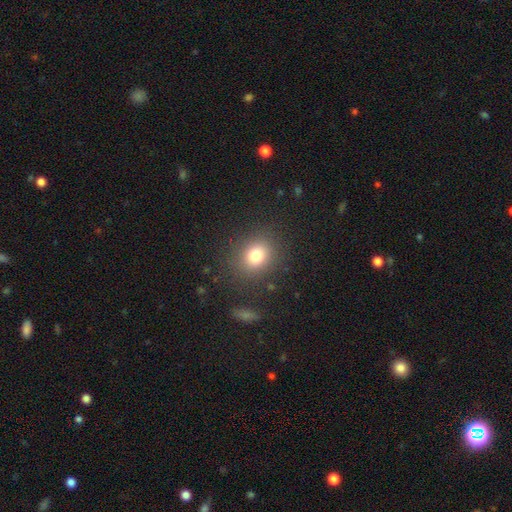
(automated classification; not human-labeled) Smooth or featured: smooth — 77% (star or artifact — 14%)
How rounded: round — 68% (in between — 31%)
Merging: none — 85% (minor disturbance — 9%)